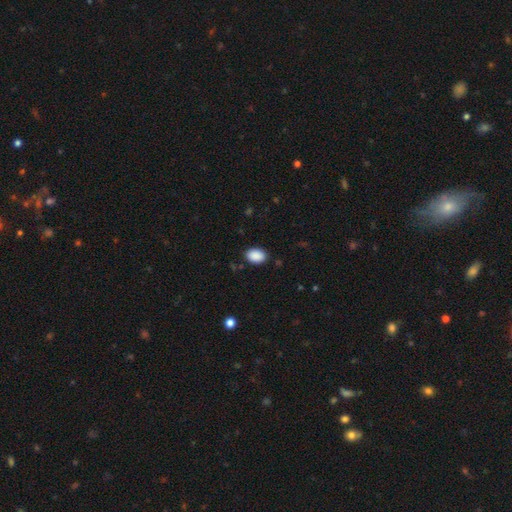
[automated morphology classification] Smooth or featured?
  - smooth: 90% *
  - star or artifact: 7%
  - featured or disk: 3%
How rounded?
  - in between: 82% *
  - round: 17%
  - cigar-shaped: 1%
Merging?
  - none: 88% *
  - minor disturbance: 9%
  - major disturbance: 2%
  - merger: 1%